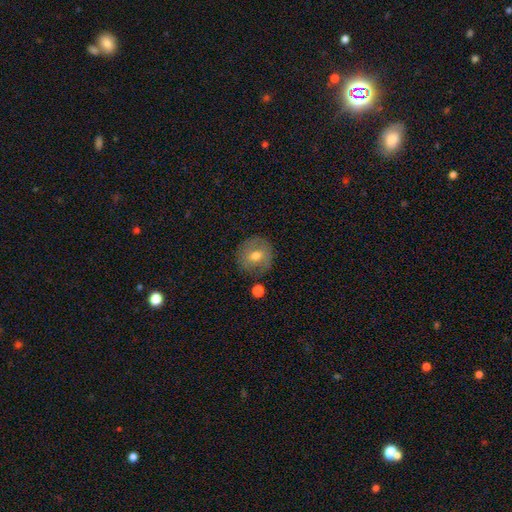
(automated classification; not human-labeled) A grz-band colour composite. It shows a smooth galaxy with no disk features (64%) that is round (87%). Merging: none (80%).